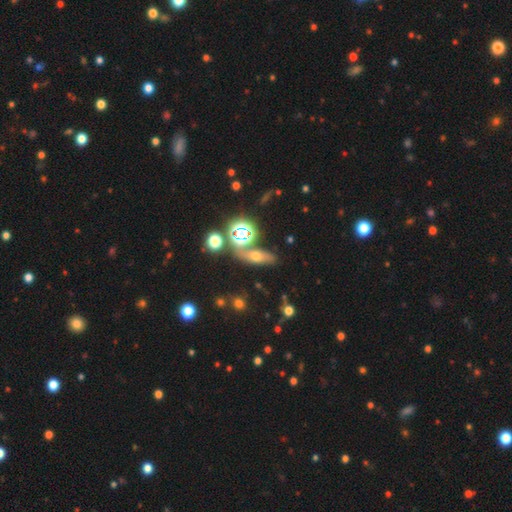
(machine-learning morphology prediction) Smooth or featured? smooth (46%)
Merging? none (62%)